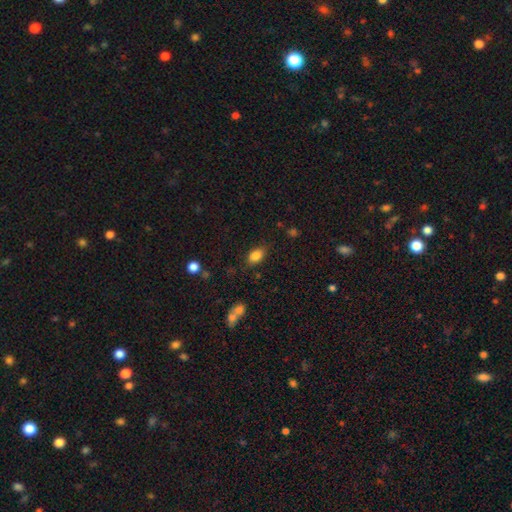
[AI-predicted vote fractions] Smooth or featured? smooth (84%)
How rounded? in between (85%)
Merging? none (80%)